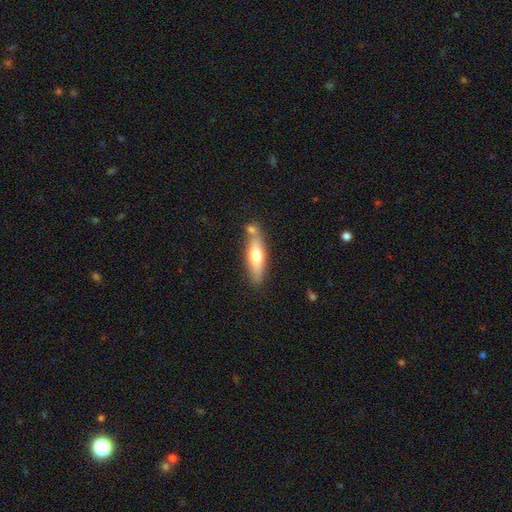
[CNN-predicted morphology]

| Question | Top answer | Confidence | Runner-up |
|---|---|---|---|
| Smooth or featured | smooth | 59% | featured or disk (35%) |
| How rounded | cigar-shaped | 63% | in between (34%) |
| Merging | none | 65% | merger (17%) |